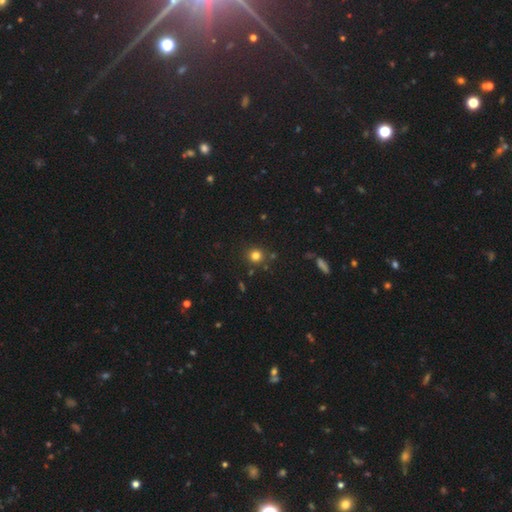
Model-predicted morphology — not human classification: smooth 78%, star or artifact 16%, featured or disk 6%. Down the decision tree: how rounded — round (90%); merging — none (84%).